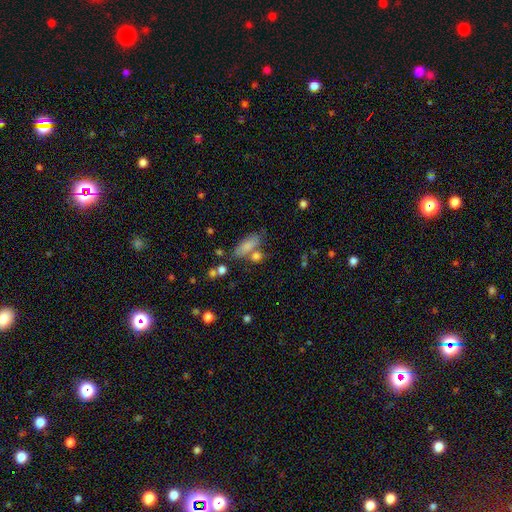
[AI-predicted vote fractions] This is likely a smooth galaxy (80%). How rounded: likely in between (65%). Merging: possibly none (58%).